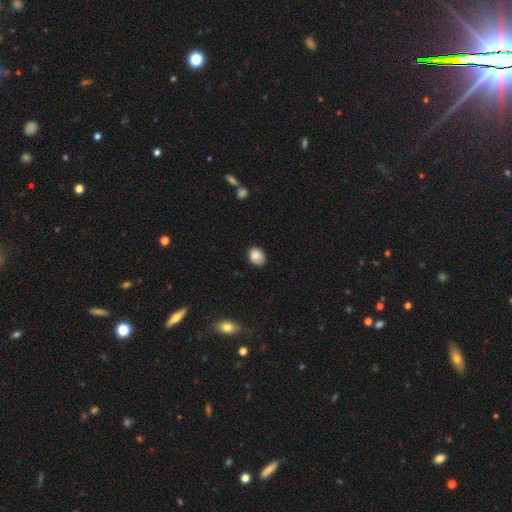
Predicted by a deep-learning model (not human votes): smooth 87%, star or artifact 9%, featured or disk 5%. Down the decision tree: how rounded — in between (62%); merging — none (77%).